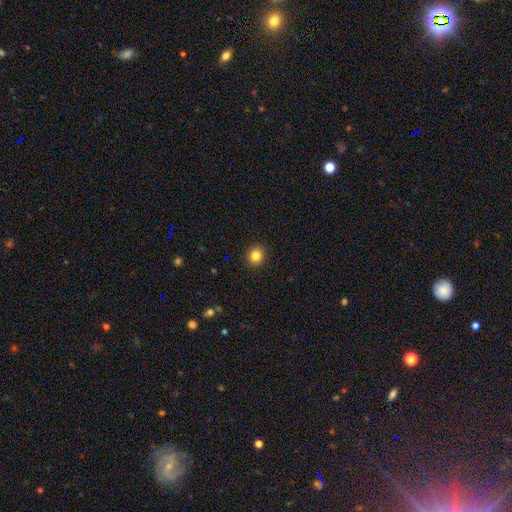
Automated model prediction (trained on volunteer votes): smooth-or-featured: smooth: 84% | star or artifact: 11% | featured or disk: 5%
  how-rounded: round: 83% | in between: 16% | cigar-shaped: 1%
  merging: none: 92% | minor disturbance: 5% | major disturbance: 2% | merger: 1%